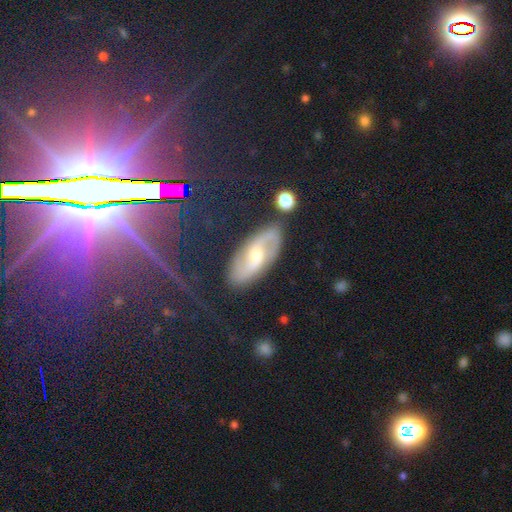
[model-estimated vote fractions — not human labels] smooth_or_featured: featured or disk (p=0.73) [alt: smooth p=0.18]
disk_edge_on: no (p=0.92) [alt: yes p=0.08]
bar: weak (p=0.45) [alt: no p=0.35]
has_spiral_arms: yes (p=0.91) [alt: no p=0.09]
spiral_winding: medium (p=0.43) [alt: loose p=0.35]
spiral_arm_count: 2 (p=0.89) [alt: can't tell p=0.06]
bulge_size: moderate (p=0.57) [alt: small p=0.33]
merging: none (p=0.82) [alt: minor disturbance p=0.12]